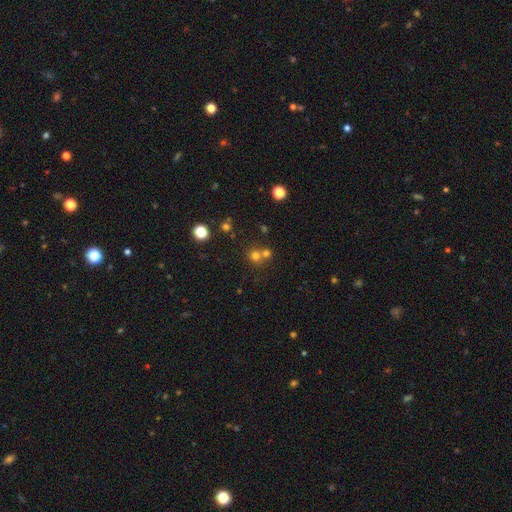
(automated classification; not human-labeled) A smooth galaxy with no disk features (69%) that is round (88%).

Vote fractions:
- Smooth or featured? smooth: 69% / star or artifact: 21% / featured or disk: 10%
- How rounded? round: 88% / in between: 11% / cigar-shaped: 1%
- Merging? none: 51% / merger: 41% / minor disturbance: 6% / major disturbance: 2%